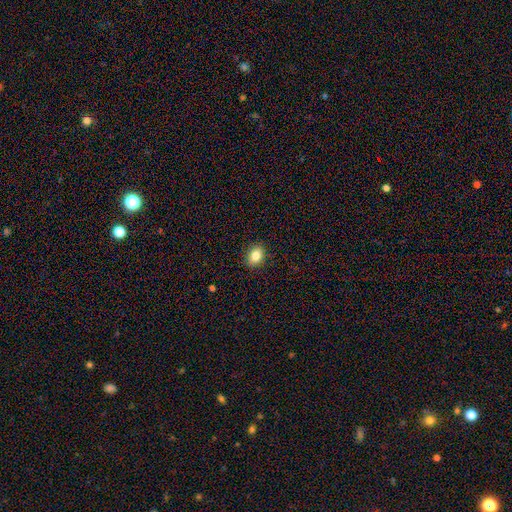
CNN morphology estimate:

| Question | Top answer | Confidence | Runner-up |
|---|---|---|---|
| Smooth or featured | smooth | 84% | star or artifact (9%) |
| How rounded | in between | 74% | round (25%) |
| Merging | none | 89% | minor disturbance (8%) |